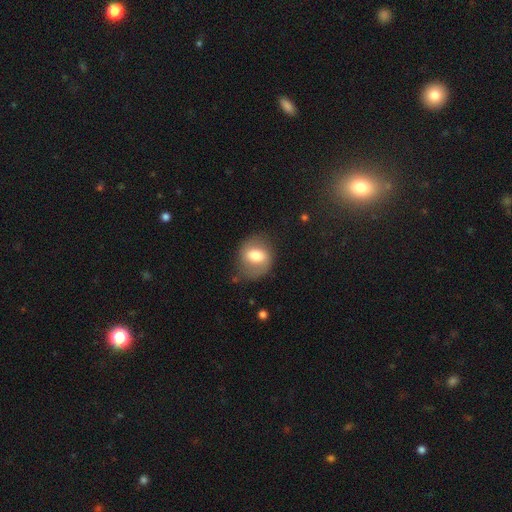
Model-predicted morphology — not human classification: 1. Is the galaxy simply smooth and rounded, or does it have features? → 60% smooth, 33% featured or disk, 7% star or artifact.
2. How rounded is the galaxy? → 55% round, 44% in between, 1% cigar-shaped.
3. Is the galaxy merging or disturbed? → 64% none, 23% minor disturbance, 10% major disturbance, 2% merger.